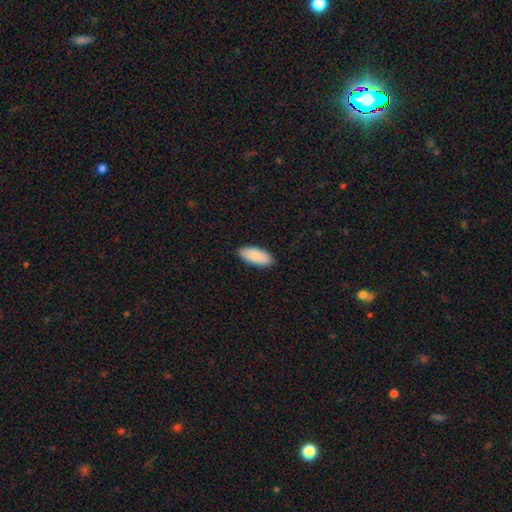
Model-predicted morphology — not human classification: smooth-or-featured: smooth: 89% | featured or disk: 6% | star or artifact: 5%
  how-rounded: in between: 92% | cigar-shaped: 7% | round: 2%
  merging: none: 89% | minor disturbance: 9% | major disturbance: 2% | merger: 1%